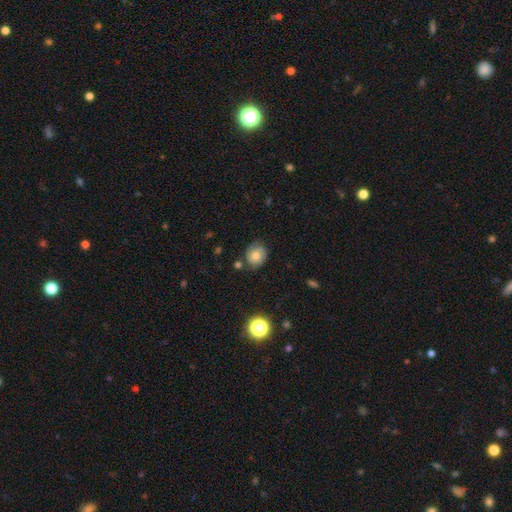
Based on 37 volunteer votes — Q: Smooth or featured?
A: smooth (73%); runner-up: featured or disk (24%)
Q: How rounded?
A: round (93%); runner-up: in between (7%)
Q: Merging?
A: none (61%); runner-up: minor disturbance (19%)